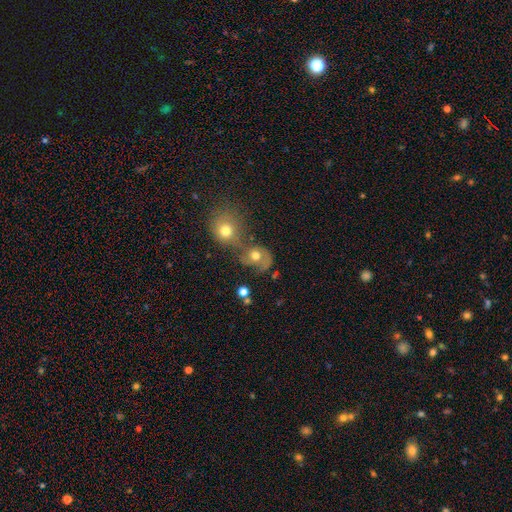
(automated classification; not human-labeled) Smooth or featured: smooth — 61% (featured or disk — 26%)
How rounded: round — 69% (in between — 30%)
Merging: merger — 49% (none — 28%)